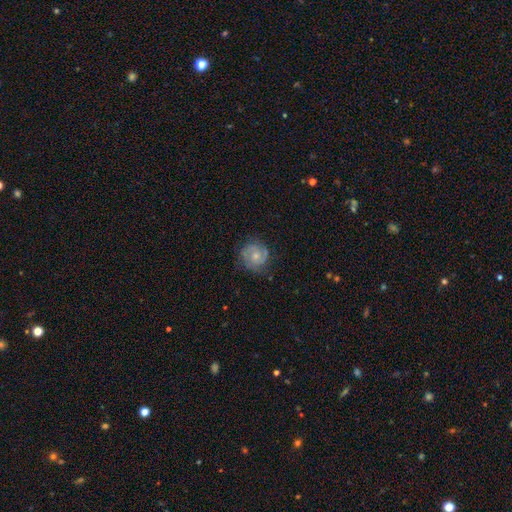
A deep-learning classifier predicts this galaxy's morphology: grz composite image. It shows a featured or disk galaxy (65%) with no bar (73%), 2 (63%) tight (56%) spiral arms (89%) and a moderate central bulge (46%). Merging: none (74%).